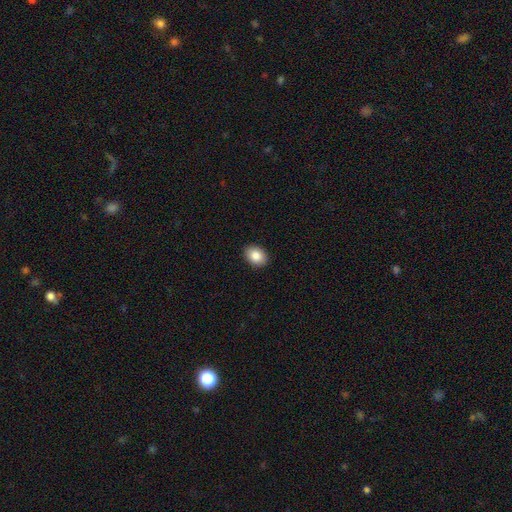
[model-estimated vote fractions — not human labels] Smooth or featured?
  - smooth: 87% *
  - star or artifact: 8%
  - featured or disk: 6%
How rounded?
  - in between: 71% *
  - round: 29%
  - cigar-shaped: 1%
Merging?
  - none: 91% *
  - minor disturbance: 7%
  - major disturbance: 2%
  - merger: 1%